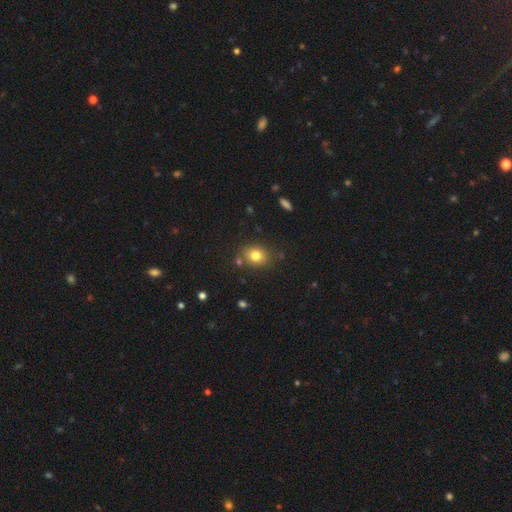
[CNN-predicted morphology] This appears to be a smooth galaxy with no disk features (79%) that is round (55%). Merging: none (79%).